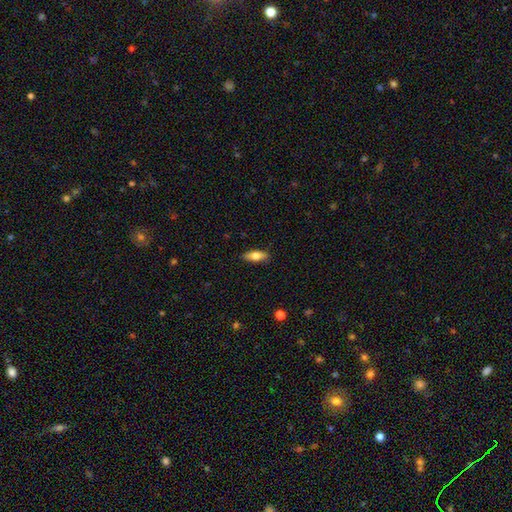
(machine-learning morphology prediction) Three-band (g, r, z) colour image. It shows a smooth galaxy with no disk features (70%) that is in between round and cigar-shaped (69%). Merging: none (88%).